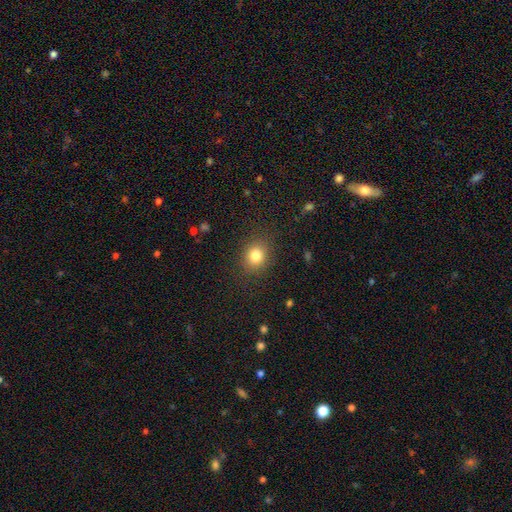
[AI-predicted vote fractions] Smooth or featured? Predicted: smooth (p=0.81). How rounded? Predicted: round (p=0.68). Merging? Predicted: none (p=0.85).